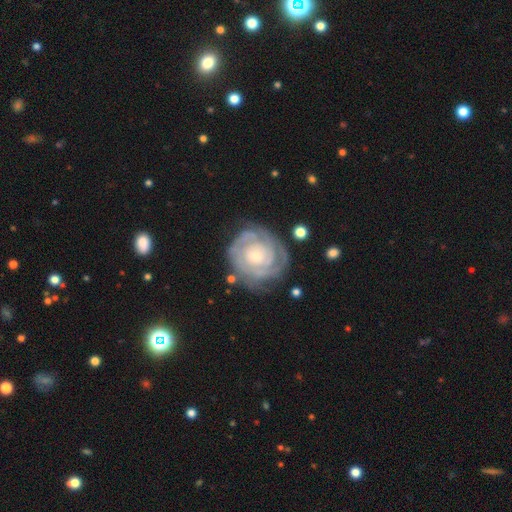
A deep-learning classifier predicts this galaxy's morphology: A featured or disk galaxy (85%) with no bar (79%), tight (81%) spiral arms (94%) and a small central bulge (64%).

Vote fractions:
- Smooth or featured? featured or disk: 85% / smooth: 10% / star or artifact: 5%
- Edge-on disk? no: 98% / yes: 2%
- Bar? no: 79% / weak: 17% / strong: 5%
- Spiral arms? yes: 94% / no: 6%
- Spiral winding? tight: 81% / medium: 15% / loose: 3%
- Spiral arm count? can't tell: 33% / 2: 29% / 3: 19% / 4: 8% / 1: 5% / more than 4: 5%
- Bulge size? small: 64% / moderate: 32% / large: 2% / none: 2% / dominant: 1%
- Merging? none: 75% / minor disturbance: 17% / major disturbance: 6% / merger: 2%